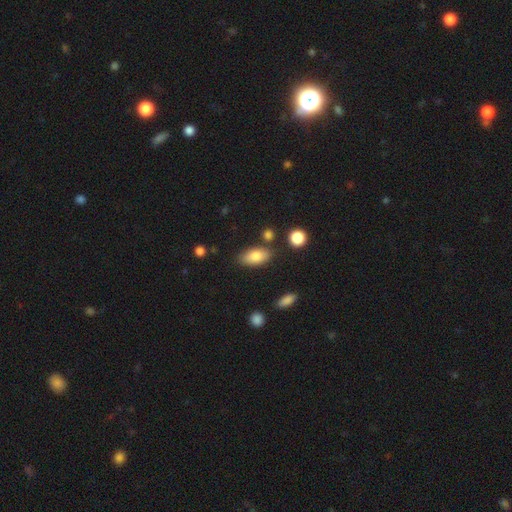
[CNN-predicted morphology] Smooth or featured: smooth — 81% (featured or disk — 12%)
How rounded: in between — 89% (cigar-shaped — 7%)
Merging: none — 79% (minor disturbance — 13%)